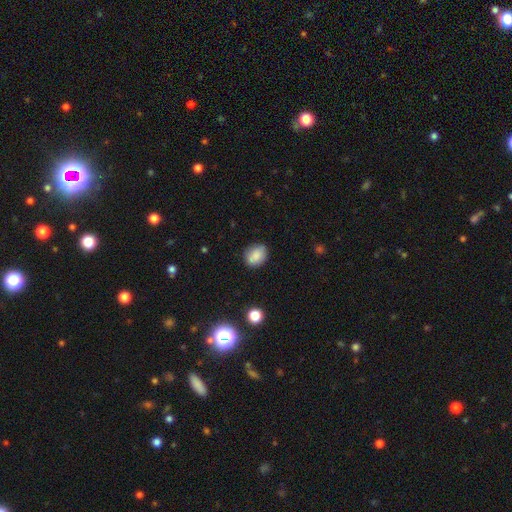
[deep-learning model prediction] Smooth or featured?
  - smooth: 85% *
  - star or artifact: 9%
  - featured or disk: 6%
How rounded?
  - in between: 56% *
  - round: 43%
  - cigar-shaped: 1%
Merging?
  - none: 80% *
  - minor disturbance: 16%
  - major disturbance: 3%
  - merger: 1%